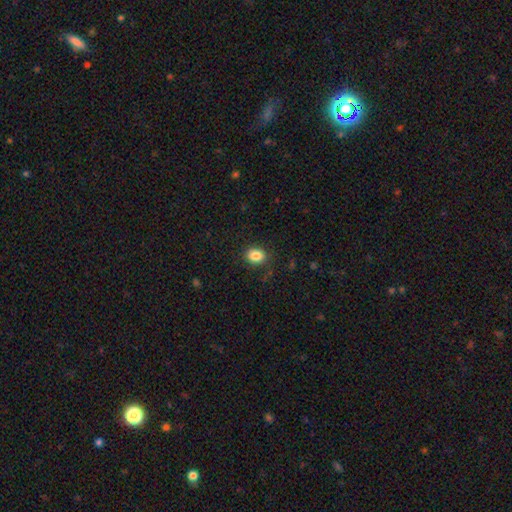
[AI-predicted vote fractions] This appears to be a smooth galaxy with no disk features (85%) that is in between round and cigar-shaped (60%). Merging: none (85%).